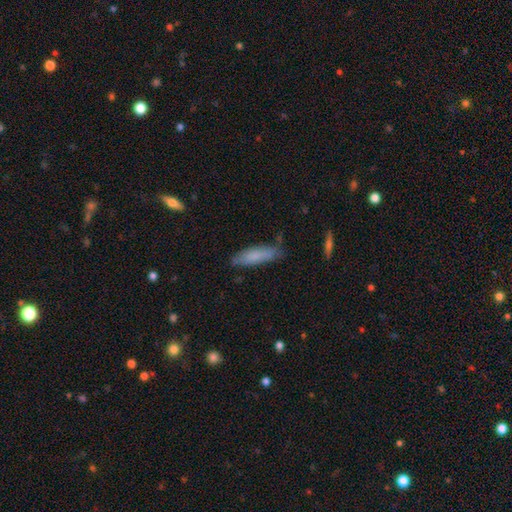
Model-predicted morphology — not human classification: type=smooth (76%); roundness=cigar-shaped (67%); merging=none (75%).